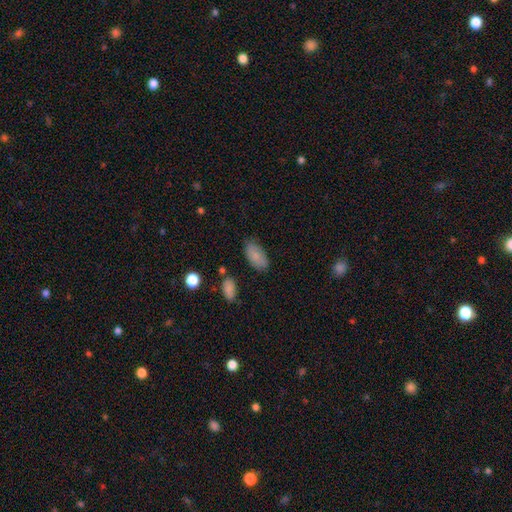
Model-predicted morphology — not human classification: A smooth galaxy with no disk features (82%) that is in between round and cigar-shaped (94%).

Vote fractions:
- Smooth or featured? smooth: 82% / featured or disk: 11% / star or artifact: 7%
- How rounded? in between: 94% / round: 3% / cigar-shaped: 3%
- Merging? none: 80% / minor disturbance: 15% / major disturbance: 3% / merger: 2%